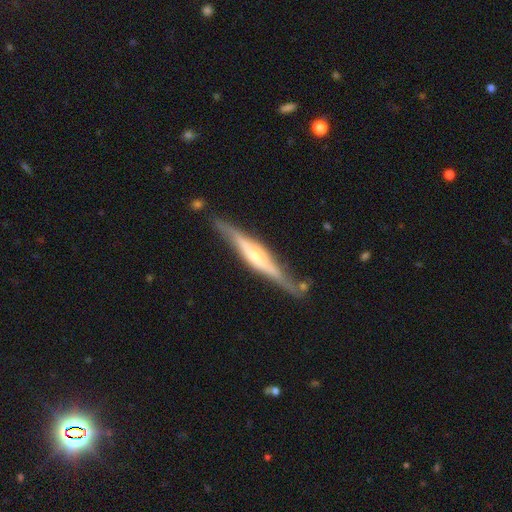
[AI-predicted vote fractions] smooth_or_featured: featured or disk (p=0.76) [alt: smooth p=0.18]
disk_edge_on: yes (p=0.95) [alt: no p=0.05]
edge_on_bulge: rounded (p=0.72) [alt: boxy p=0.19]
merging: none (p=0.79) [alt: minor disturbance p=0.14]